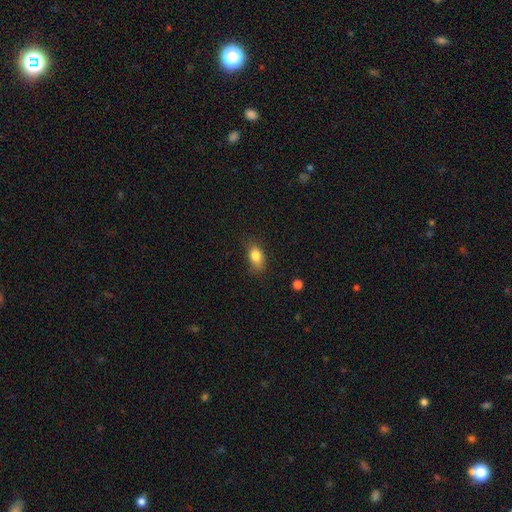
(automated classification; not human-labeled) A smooth galaxy with no disk features (83%) that is in between round and cigar-shaped (84%). Merging: none (73%).